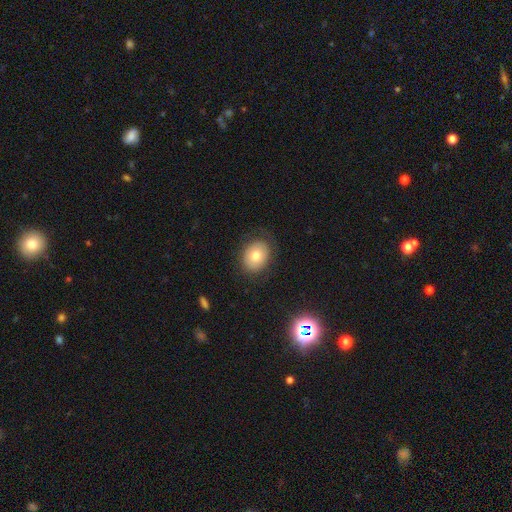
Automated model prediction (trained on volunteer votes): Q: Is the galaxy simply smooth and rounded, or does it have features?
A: smooth — 73%.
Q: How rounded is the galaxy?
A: in between — 53%.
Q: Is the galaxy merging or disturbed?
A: none — 79%.